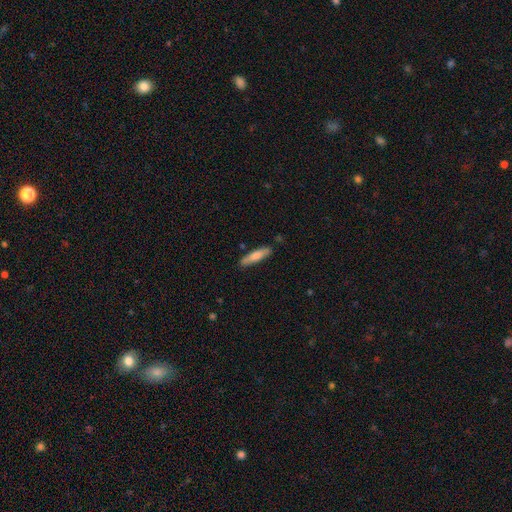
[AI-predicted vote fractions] smooth 74%, featured or disk 21%, star or artifact 5%. Down the decision tree: how rounded — cigar-shaped (80%); merging — none (85%).